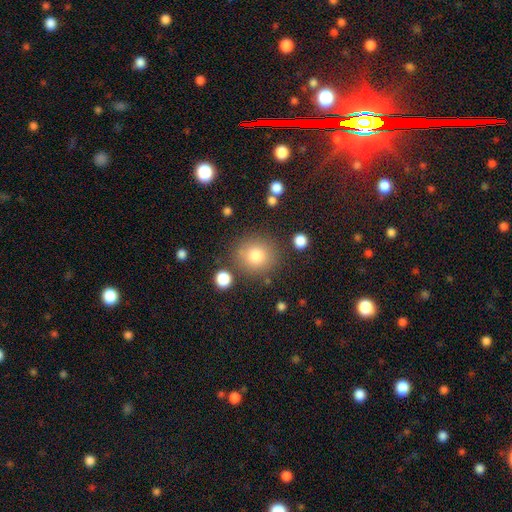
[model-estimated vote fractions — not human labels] Morphology: type=smooth (79%); roundness=round (88%); merging=none (82%).